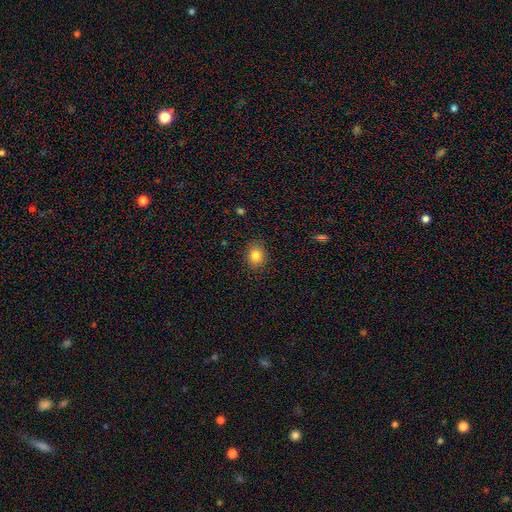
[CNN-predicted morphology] Smooth or featured? smooth (84%)
How rounded? in between (51%)
Merging? none (89%)